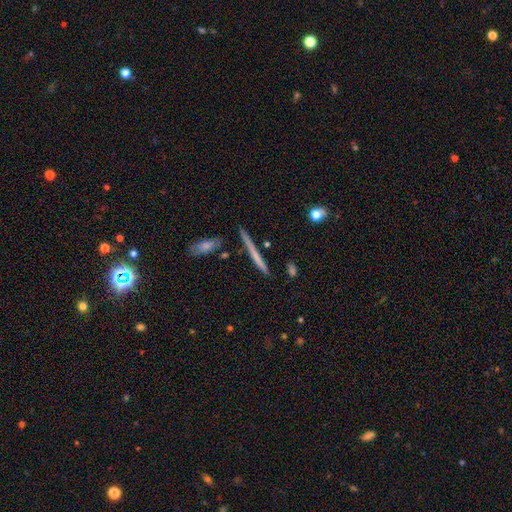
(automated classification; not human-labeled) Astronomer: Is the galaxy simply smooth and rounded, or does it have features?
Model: smooth — 51% (runner-up: featured or disk, 43%).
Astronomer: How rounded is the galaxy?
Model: cigar-shaped — 95%.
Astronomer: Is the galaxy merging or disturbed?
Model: none — 86%.